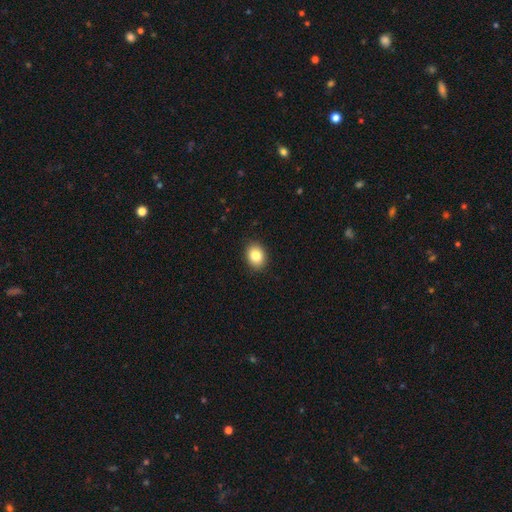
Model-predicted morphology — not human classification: This appears to be a smooth galaxy with no disk features (84%) that is in between round and cigar-shaped (60%). Merging: none (90%).